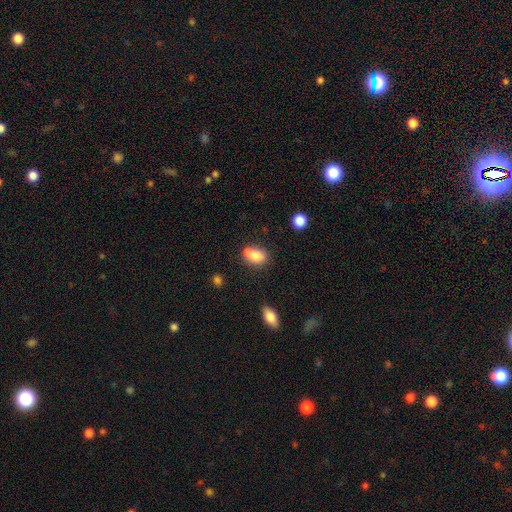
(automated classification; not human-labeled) Smooth or featured?
  - smooth: 76% *
  - featured or disk: 15%
  - star or artifact: 9%
How rounded?
  - in between: 69% *
  - round: 29%
  - cigar-shaped: 2%
Merging?
  - merger: 43% *
  - none: 39%
  - minor disturbance: 14%
  - major disturbance: 5%